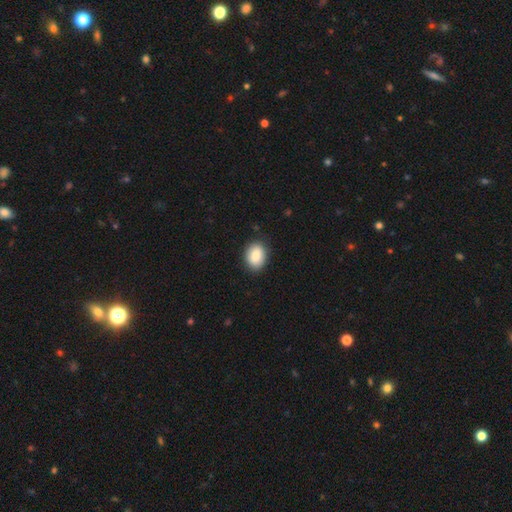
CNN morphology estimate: The model was most divided on "how rounded": in between: 73%, round: 25%, cigar-shaped: 1%. More confident: smooth or featured — smooth (88%); merging — none (86%).